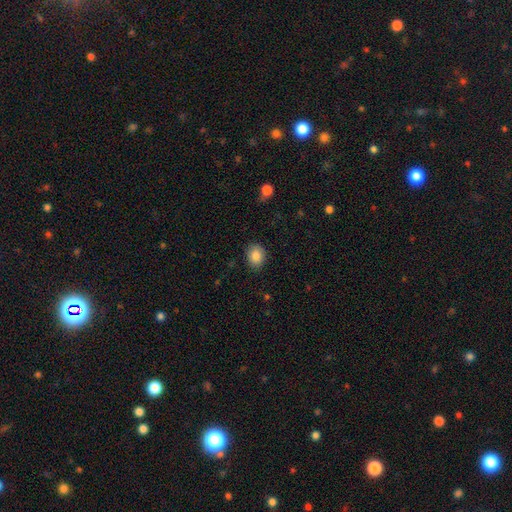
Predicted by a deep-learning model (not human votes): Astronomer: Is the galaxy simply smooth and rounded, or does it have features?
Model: smooth — 87%.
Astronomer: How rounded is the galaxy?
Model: in between — 57% (runner-up: round, 42%).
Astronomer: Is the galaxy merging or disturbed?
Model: none — 85%.